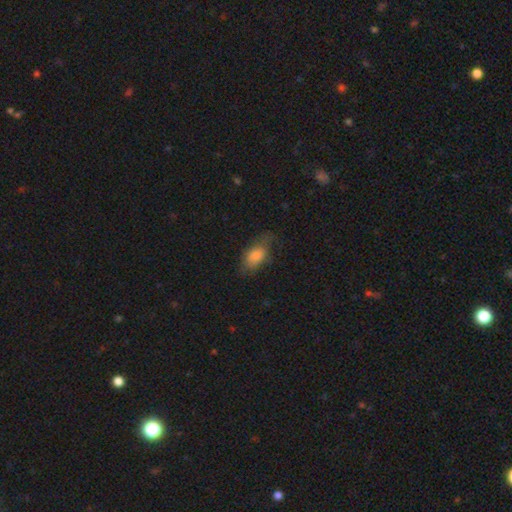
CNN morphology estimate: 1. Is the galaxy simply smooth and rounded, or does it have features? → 80% smooth, 12% featured or disk, 8% star or artifact.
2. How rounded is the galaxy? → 88% in between, 6% round, 6% cigar-shaped.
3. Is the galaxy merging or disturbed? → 52% none, 30% minor disturbance, 16% major disturbance, 2% merger.